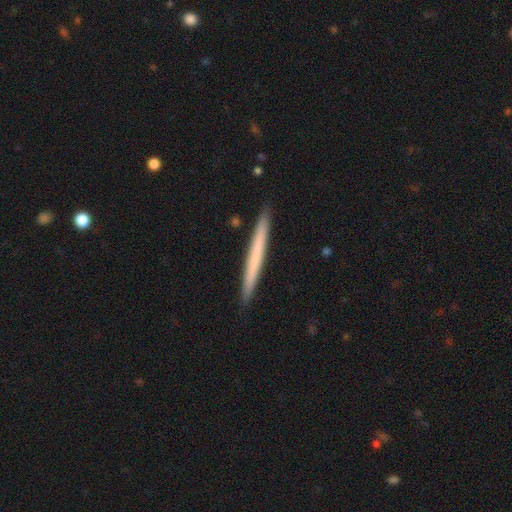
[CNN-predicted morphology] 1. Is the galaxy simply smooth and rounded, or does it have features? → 59% smooth, 36% featured or disk, 5% star or artifact.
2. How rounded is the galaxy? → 97% cigar-shaped, 2% in between, 1% round.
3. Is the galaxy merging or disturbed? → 92% none, 6% minor disturbance, 1% merger, 1% major disturbance.